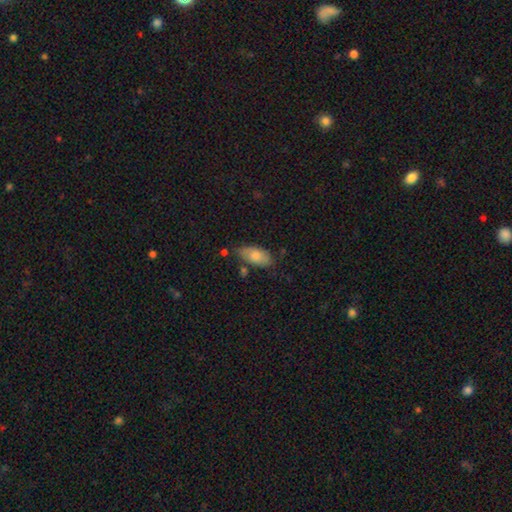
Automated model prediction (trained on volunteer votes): smooth_or_featured: smooth (p=0.79) [alt: featured or disk p=0.14]
how_rounded: in between (p=0.91) [alt: cigar-shaped p=0.06]
merging: none (p=0.69) [alt: minor disturbance p=0.22]